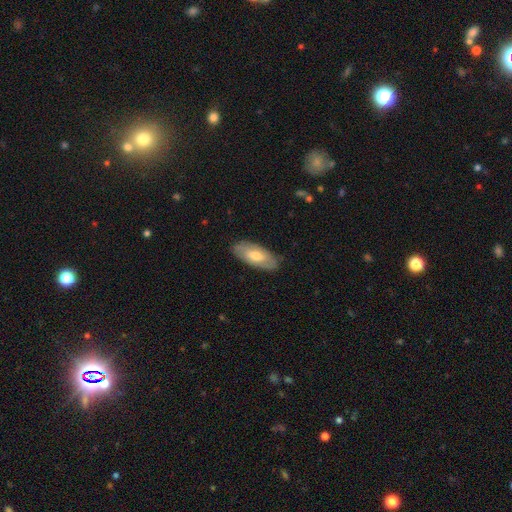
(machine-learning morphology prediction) Smooth or featured? Predicted: smooth (p=0.59). How rounded? Predicted: in between (p=0.87). Merging? Predicted: none (p=0.84).